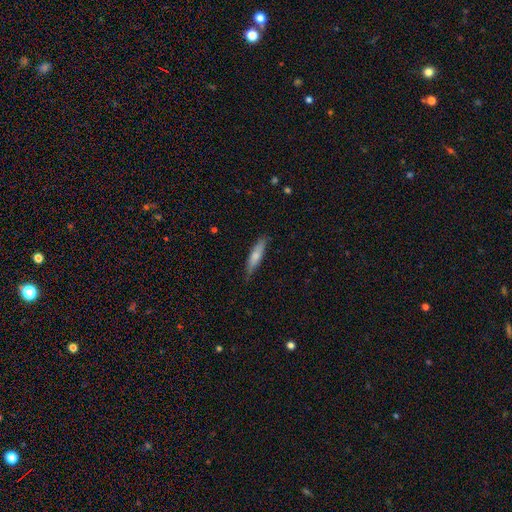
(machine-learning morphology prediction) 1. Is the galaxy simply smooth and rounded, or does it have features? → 68% smooth, 26% featured or disk, 6% star or artifact.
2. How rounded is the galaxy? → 78% cigar-shaped, 20% in between, 2% round.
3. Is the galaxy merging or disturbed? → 77% none, 19% minor disturbance, 3% major disturbance, 1% merger.